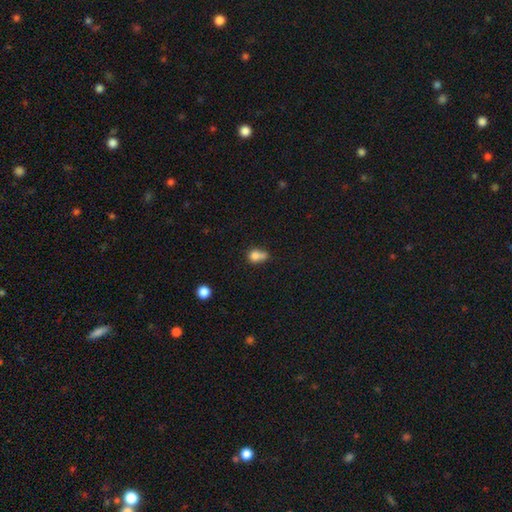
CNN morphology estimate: This is likely a smooth galaxy (76%). How rounded: possibly round (53%). Merging: marginally merger (35%).